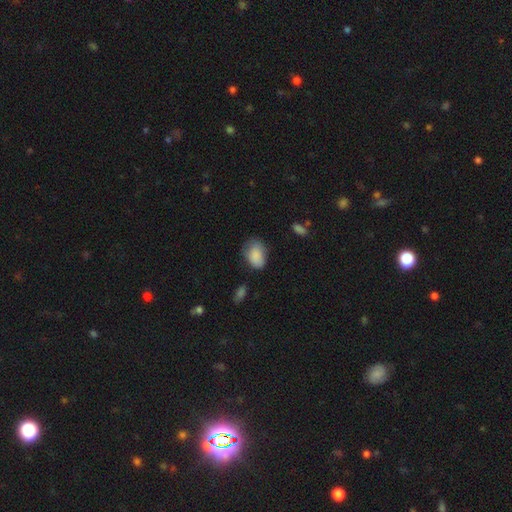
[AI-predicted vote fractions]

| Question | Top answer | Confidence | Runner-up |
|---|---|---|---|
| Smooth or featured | smooth | 86% | star or artifact (8%) |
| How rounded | in between | 82% | round (17%) |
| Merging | none | 56% | minor disturbance (31%) |